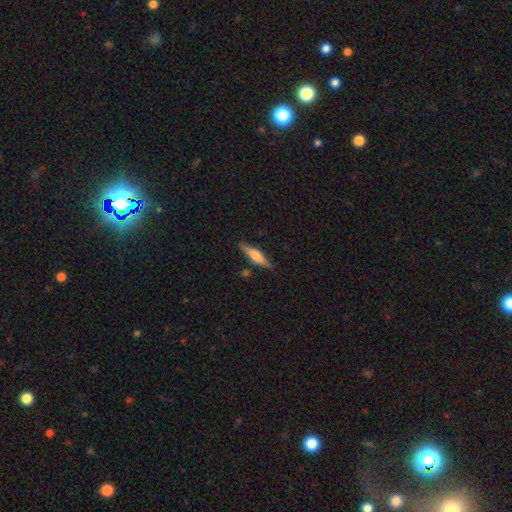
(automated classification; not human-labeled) This appears to be a smooth galaxy with no disk features (48%). Merging: none (85%).